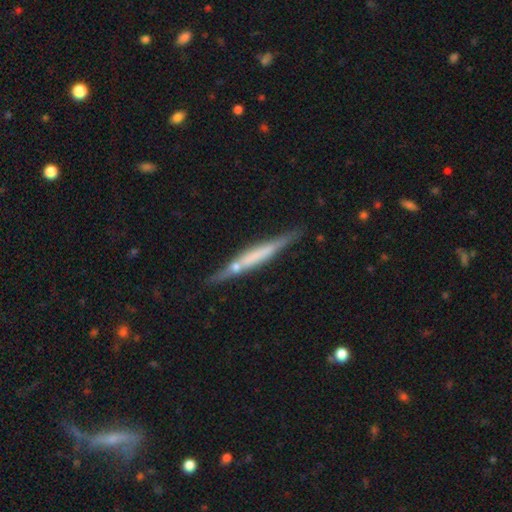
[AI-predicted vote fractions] featured or disk 60%, smooth 33%, star or artifact 6%. Down the decision tree: edge-on disk — yes (96%); edge-on bulge — none (47%); merging — none (77%).